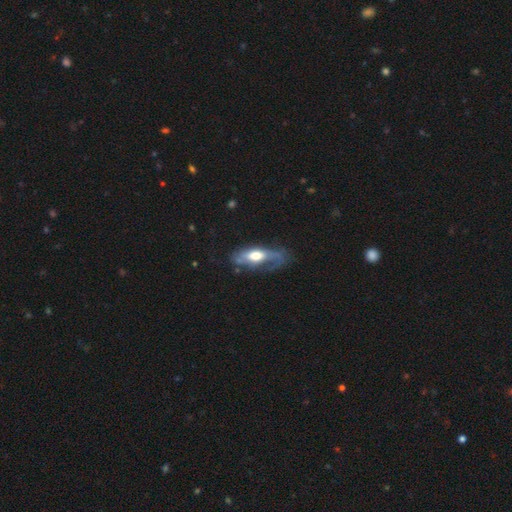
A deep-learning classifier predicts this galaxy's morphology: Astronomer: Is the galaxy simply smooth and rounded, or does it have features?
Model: featured or disk — 51% (runner-up: smooth, 43%).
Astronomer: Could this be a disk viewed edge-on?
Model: no — 70%.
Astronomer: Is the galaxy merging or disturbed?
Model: none — 36% (runner-up: major disturbance, 32%).